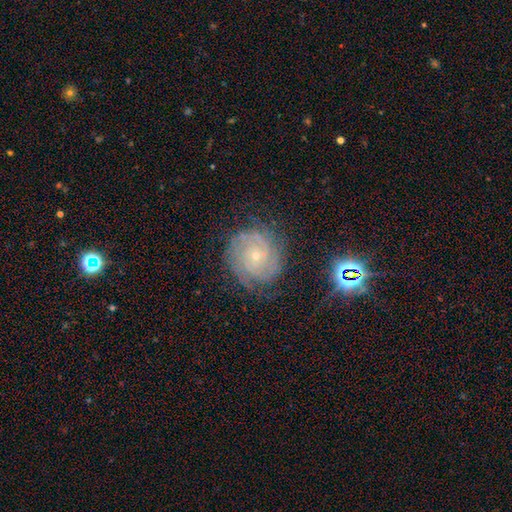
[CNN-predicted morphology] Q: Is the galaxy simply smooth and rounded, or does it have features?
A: featured or disk — 82%.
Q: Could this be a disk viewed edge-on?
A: no — 98%.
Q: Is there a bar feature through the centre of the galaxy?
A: no — 76%.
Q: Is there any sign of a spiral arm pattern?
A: yes — 97%.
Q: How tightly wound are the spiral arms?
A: tight — 74%.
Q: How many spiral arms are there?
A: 2 — 28%.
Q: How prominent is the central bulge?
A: small — 81%.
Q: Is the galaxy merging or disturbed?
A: none — 76%.